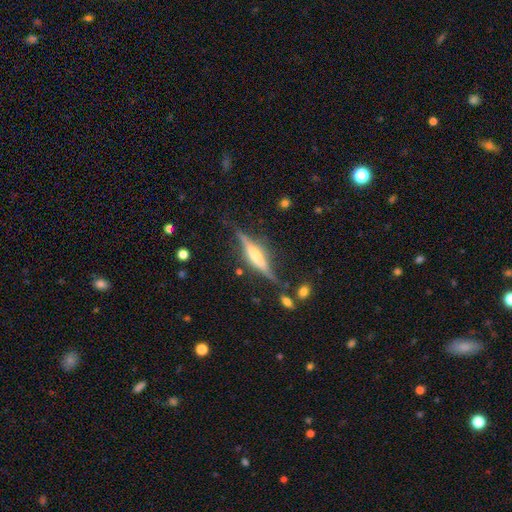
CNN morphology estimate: Q: Smooth or featured?
A: featured or disk (72%); runner-up: smooth (21%)
Q: Edge-on disk?
A: yes (95%); runner-up: no (5%)
Q: Edge-on bulge?
A: rounded (52%); runner-up: boxy (32%)
Q: Merging?
A: none (75%); runner-up: minor disturbance (17%)